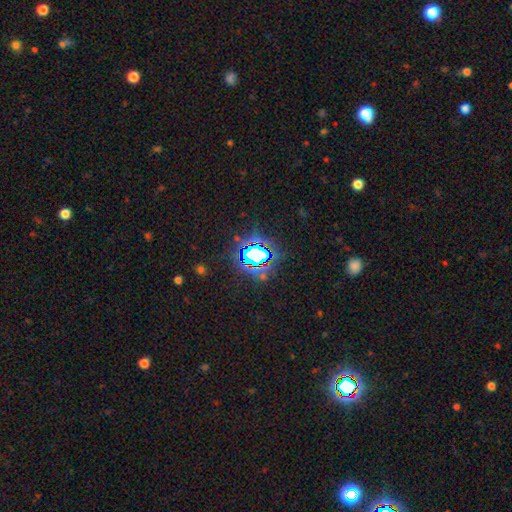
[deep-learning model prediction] Smooth or featured? Predicted: star or artifact (p=0.71).